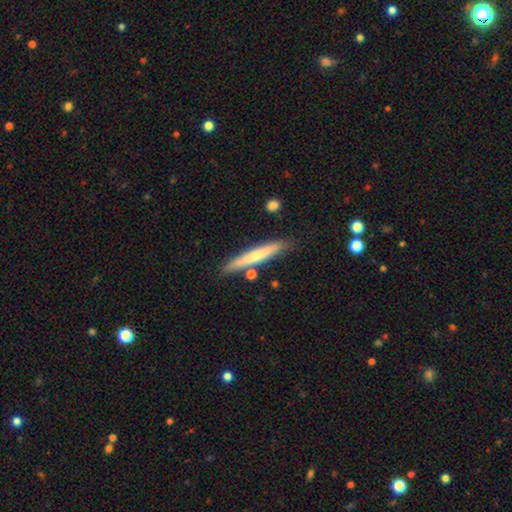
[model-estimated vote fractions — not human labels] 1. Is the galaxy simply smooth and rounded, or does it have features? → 55% smooth, 39% featured or disk, 6% star or artifact.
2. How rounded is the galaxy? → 94% cigar-shaped, 4% in between, 1% round.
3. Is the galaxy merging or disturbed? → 81% none, 11% minor disturbance, 5% merger, 2% major disturbance.